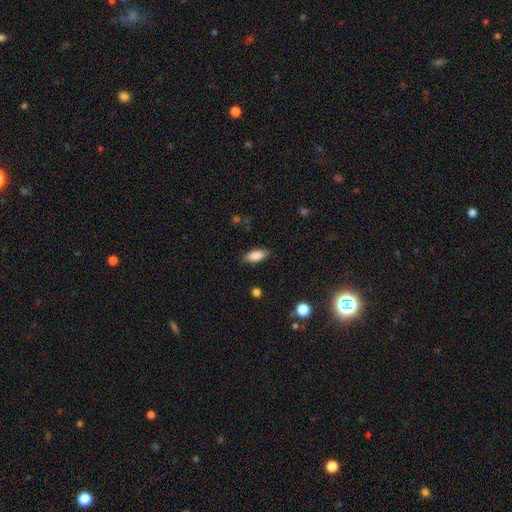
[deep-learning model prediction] This is clearly a smooth galaxy (86%). How rounded: clearly in between (86%). Merging: clearly none (84%).